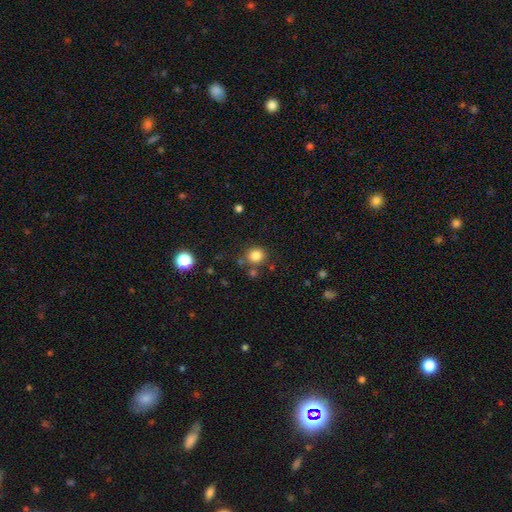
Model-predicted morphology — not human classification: Smooth or featured: smooth — 83% (star or artifact — 12%)
How rounded: round — 84% (in between — 15%)
Merging: none — 77% (minor disturbance — 11%)